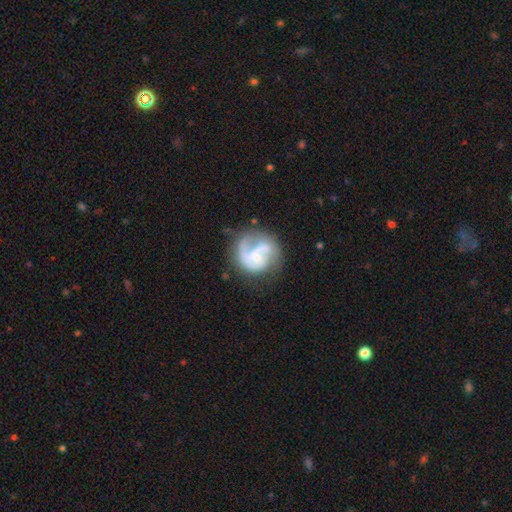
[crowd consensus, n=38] Morphology: type=featured or disk (84%); edge-on=no (97%); bar=no (55%); spiral arms=yes (87%); winding=tight (44%); arm count=can't tell (41%); bulge=small (55%); merging=none (51%).